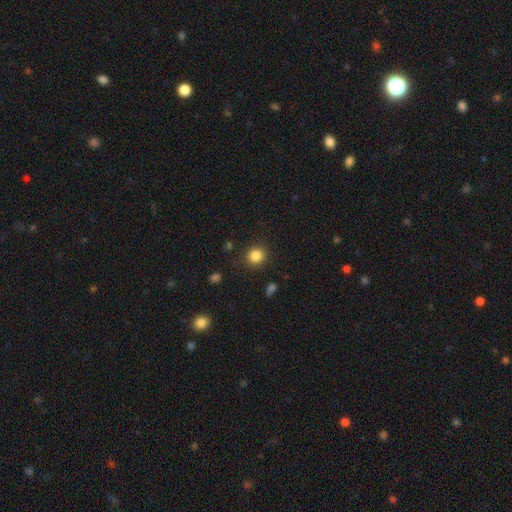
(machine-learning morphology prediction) This is clearly a smooth galaxy (85%). How rounded: clearly round (87%). Merging: clearly none (87%).